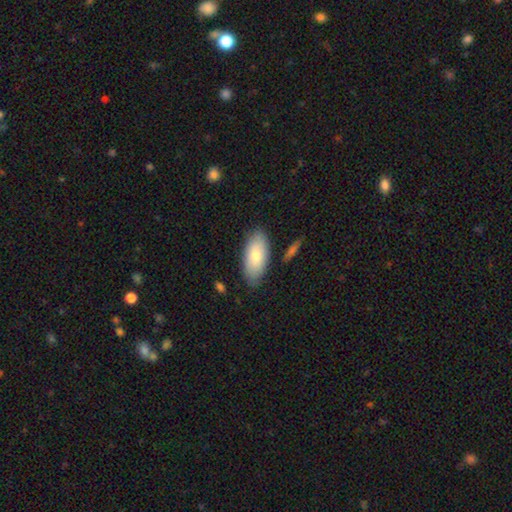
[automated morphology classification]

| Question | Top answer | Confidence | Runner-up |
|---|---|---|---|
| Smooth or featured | smooth | 77% | featured or disk (17%) |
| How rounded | in between | 91% | cigar-shaped (7%) |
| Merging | none | 81% | minor disturbance (13%) |